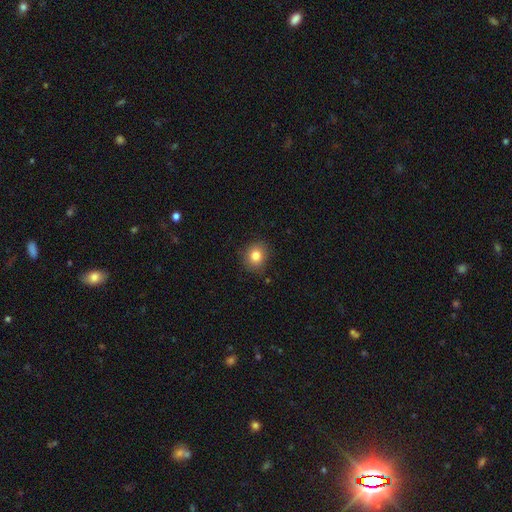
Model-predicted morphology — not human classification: Q: Smooth or featured?
A: smooth (82%); runner-up: star or artifact (11%)
Q: How rounded?
A: round (76%); runner-up: in between (23%)
Q: Merging?
A: none (86%); runner-up: minor disturbance (10%)